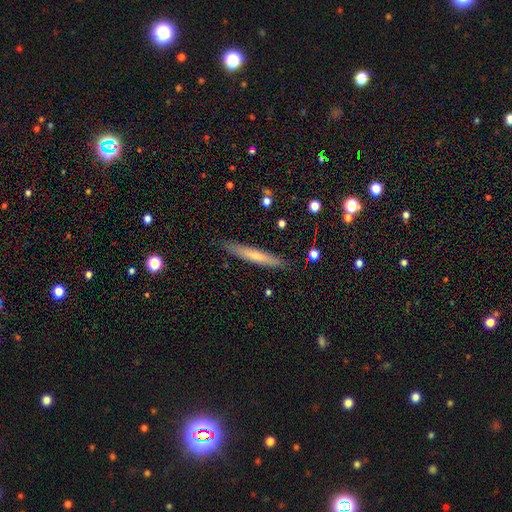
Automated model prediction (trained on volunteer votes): A smooth galaxy with no disk features (62%) that is cigar-shaped (95%). Merging: none (89%).